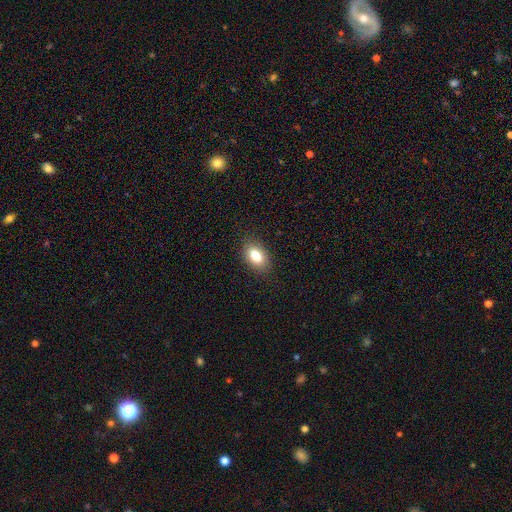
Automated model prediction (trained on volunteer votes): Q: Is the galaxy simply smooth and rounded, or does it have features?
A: smooth — 79%.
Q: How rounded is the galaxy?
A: in between — 88%.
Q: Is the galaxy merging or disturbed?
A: none — 86%.